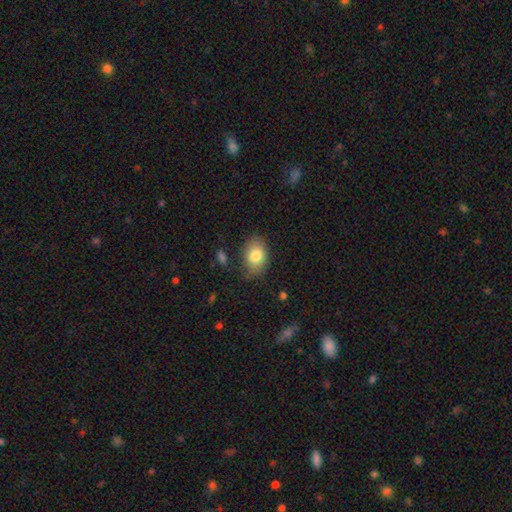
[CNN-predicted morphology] smooth_or_featured: smooth (p=0.81) [alt: featured or disk p=0.11]
how_rounded: in between (p=0.78) [alt: round p=0.20]
merging: none (p=0.79) [alt: minor disturbance p=0.15]